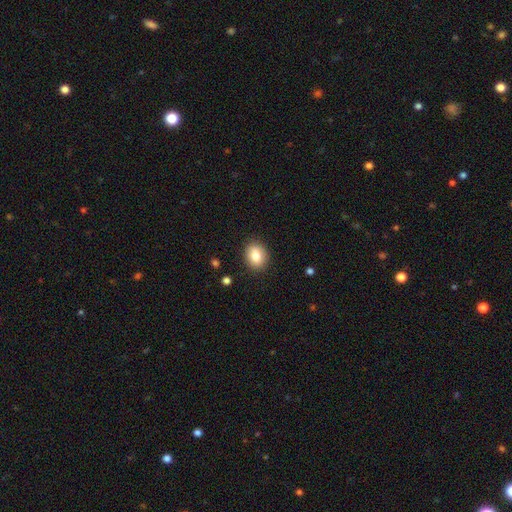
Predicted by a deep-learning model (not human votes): Smooth or featured? Predicted: smooth (p=0.81). How rounded? Predicted: round (p=0.52). Merging? Predicted: none (p=0.88).